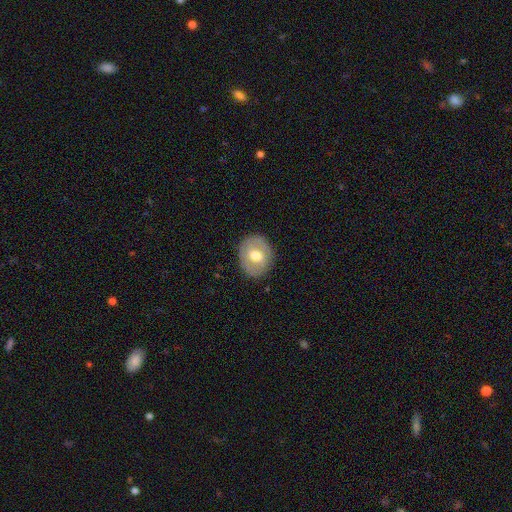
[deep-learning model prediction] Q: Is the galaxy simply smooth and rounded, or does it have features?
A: smooth — 55%.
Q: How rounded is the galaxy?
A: round — 64%.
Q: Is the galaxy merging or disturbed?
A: none — 84%.